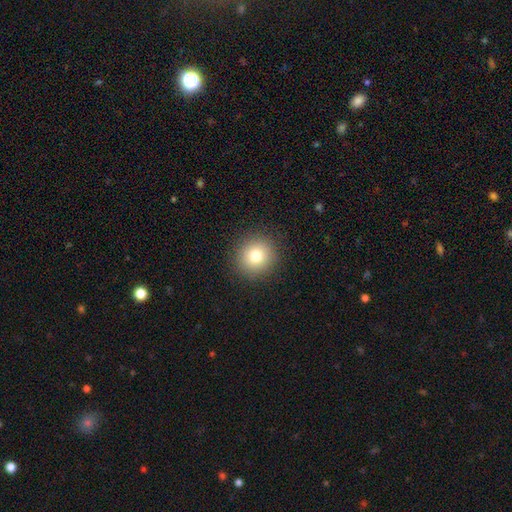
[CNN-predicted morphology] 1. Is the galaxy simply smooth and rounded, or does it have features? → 79% smooth, 12% star or artifact, 9% featured or disk.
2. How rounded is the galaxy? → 93% round, 6% in between, 1% cigar-shaped.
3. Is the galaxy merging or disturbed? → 91% none, 6% minor disturbance, 2% major disturbance, 1% merger.